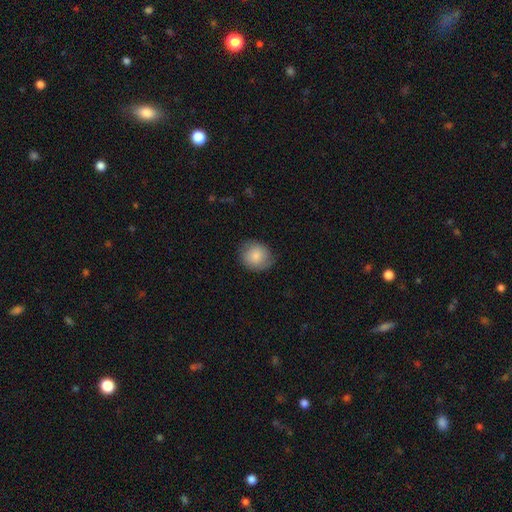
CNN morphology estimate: Q: Smooth or featured?
A: smooth (84%); runner-up: featured or disk (9%)
Q: How rounded?
A: round (72%); runner-up: in between (27%)
Q: Merging?
A: none (78%); runner-up: minor disturbance (17%)